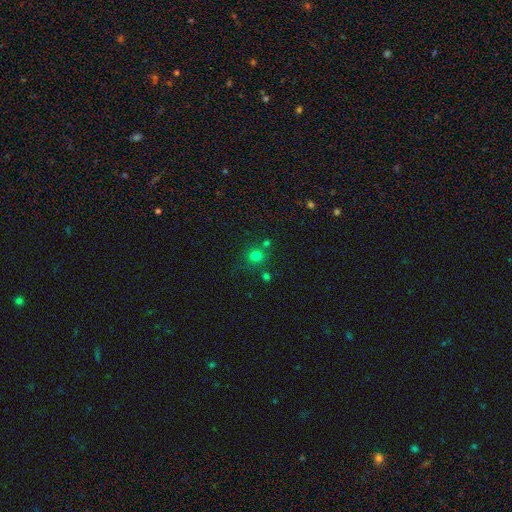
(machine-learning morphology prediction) type=smooth (73%); roundness=round (90%); merging=none (72%).